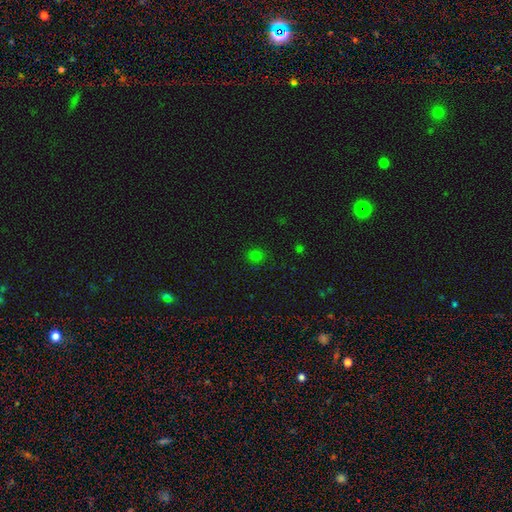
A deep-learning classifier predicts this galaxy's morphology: Smooth or featured? Predicted: smooth (p=0.75). How rounded? Predicted: round (p=0.86). Merging? Predicted: none (p=0.88).